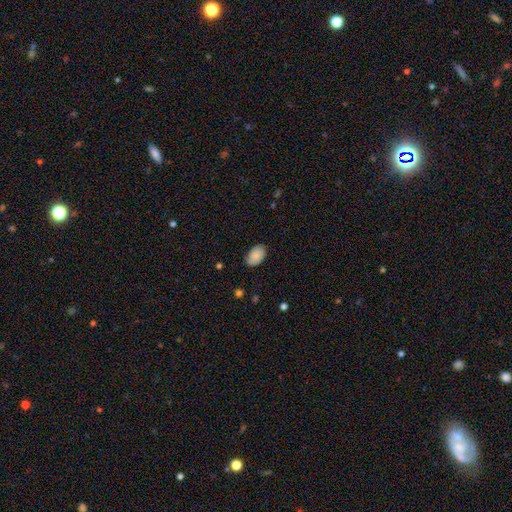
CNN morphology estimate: The model was most divided on "merging": none: 83%, minor disturbance: 14%, major disturbance: 3%, merger: 1%. More confident: how rounded — in between (92%); smooth or featured — smooth (87%).